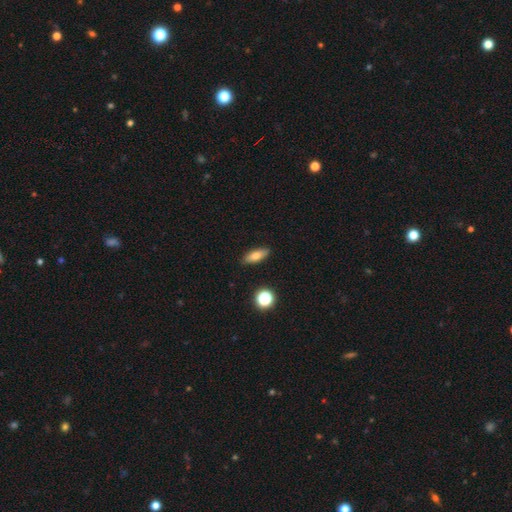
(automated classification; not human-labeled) Q: Smooth or featured?
A: smooth (74%); runner-up: featured or disk (17%)
Q: How rounded?
A: in between (65%); runner-up: cigar-shaped (30%)
Q: Merging?
A: none (88%); runner-up: minor disturbance (8%)